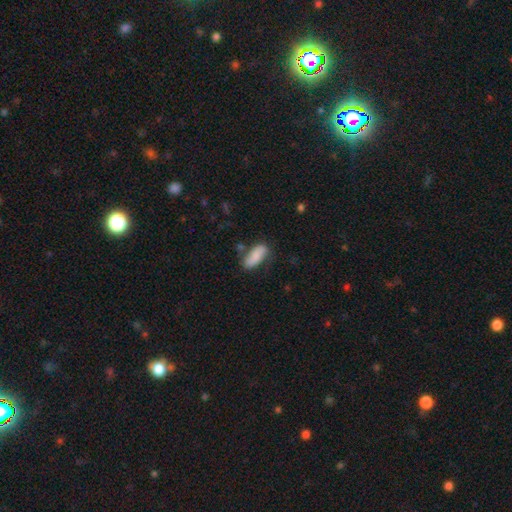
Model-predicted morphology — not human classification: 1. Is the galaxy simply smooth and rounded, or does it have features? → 74% smooth, 18% featured or disk, 7% star or artifact.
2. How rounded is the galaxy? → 77% in between, 21% cigar-shaped, 3% round.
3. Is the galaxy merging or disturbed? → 63% none, 24% minor disturbance, 7% major disturbance, 6% merger.